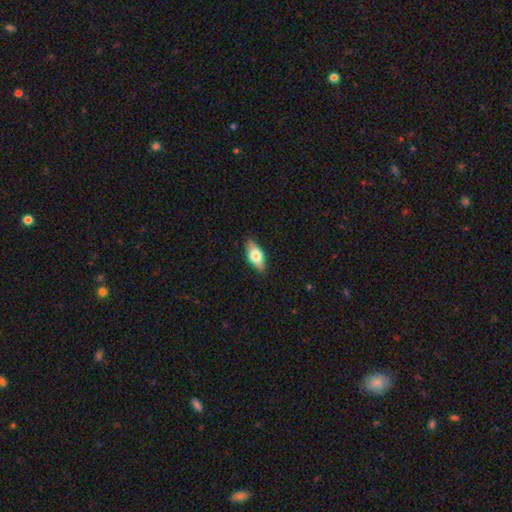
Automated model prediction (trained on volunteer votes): Smooth or featured?
  - smooth: 62% *
  - featured or disk: 32%
  - star or artifact: 6%
How rounded?
  - in between: 82% *
  - cigar-shaped: 15%
  - round: 4%
Merging?
  - none: 87% *
  - minor disturbance: 10%
  - major disturbance: 2%
  - merger: 1%